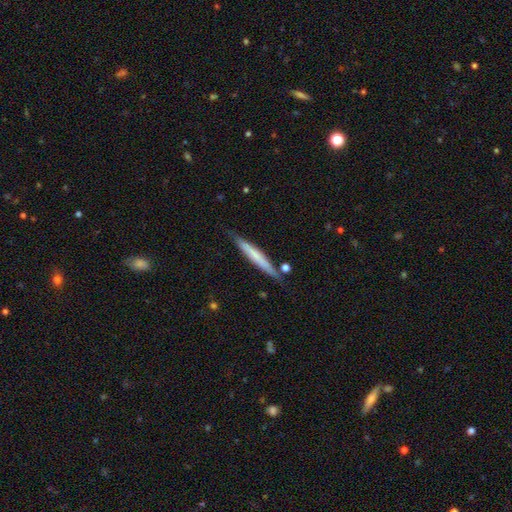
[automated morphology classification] smooth_or_featured: smooth (p=0.51) [alt: featured or disk p=0.43]
how_rounded: cigar-shaped (p=0.95) [alt: in between p=0.04]
merging: none (p=0.81) [alt: minor disturbance p=0.14]